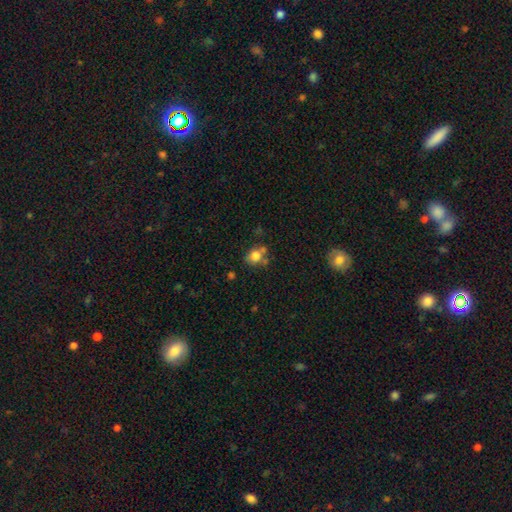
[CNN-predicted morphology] Smooth or featured?
  - smooth: 77% *
  - featured or disk: 11%
  - star or artifact: 11%
How rounded?
  - round: 52% *
  - in between: 47%
  - cigar-shaped: 1%
Merging?
  - none: 54% *
  - minor disturbance: 20%
  - merger: 18%
  - major disturbance: 8%